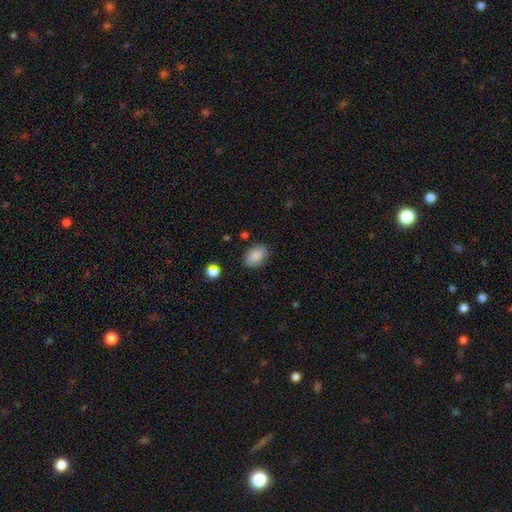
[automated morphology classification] Smooth or featured? smooth (83%)
How rounded? in between (81%)
Merging? none (83%)